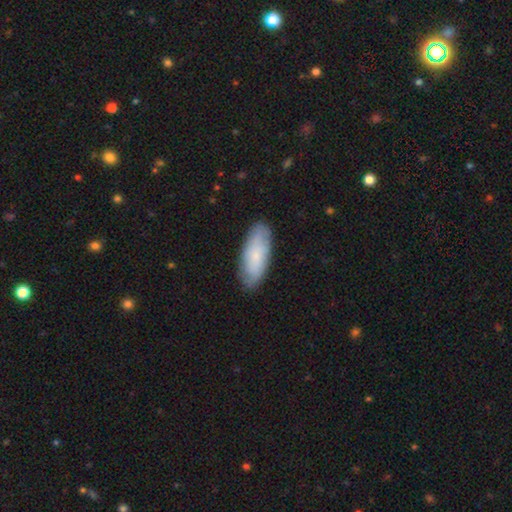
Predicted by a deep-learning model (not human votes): Q: Smooth or featured?
A: smooth (68%); runner-up: featured or disk (26%)
Q: How rounded?
A: in between (78%); runner-up: cigar-shaped (20%)
Q: Merging?
A: none (83%); runner-up: minor disturbance (13%)